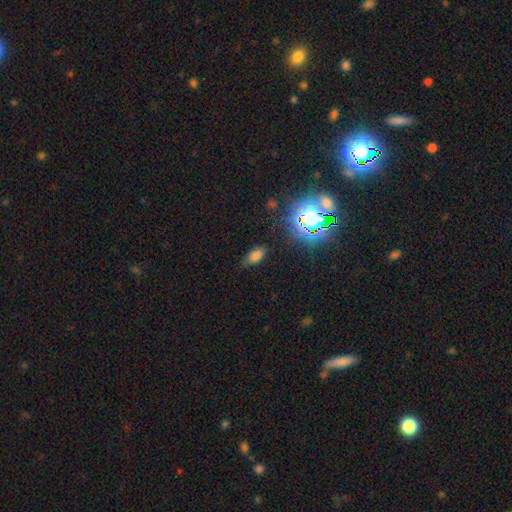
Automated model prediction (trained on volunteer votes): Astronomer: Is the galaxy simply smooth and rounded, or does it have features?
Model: smooth — 70%.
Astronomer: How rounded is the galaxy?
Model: in between — 89%.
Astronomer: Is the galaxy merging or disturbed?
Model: none — 78%.